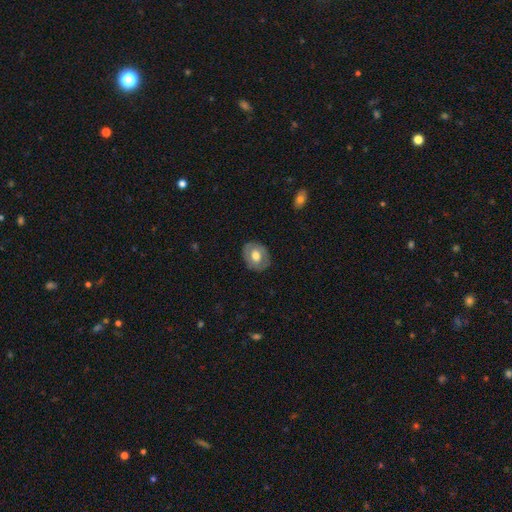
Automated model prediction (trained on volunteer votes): Smooth or featured?
  - smooth: 54% *
  - featured or disk: 40%
  - star or artifact: 6%
How rounded?
  - in between: 58% *
  - round: 41%
  - cigar-shaped: 1%
Merging?
  - none: 82% *
  - minor disturbance: 13%
  - major disturbance: 4%
  - merger: 1%